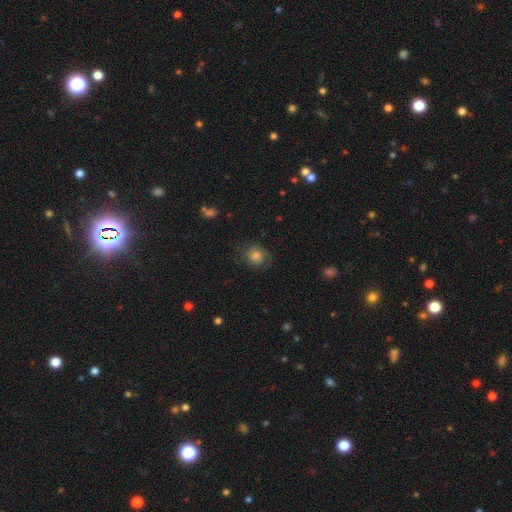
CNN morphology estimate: smooth-or-featured: smooth: 48% | featured or disk: 41% | star or artifact: 11%
  merging: none: 69% | minor disturbance: 19% | major disturbance: 11% | merger: 1%